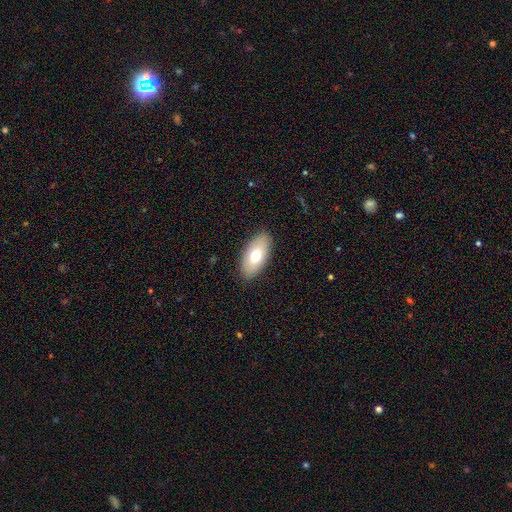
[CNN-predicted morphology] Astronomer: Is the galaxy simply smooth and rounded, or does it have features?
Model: smooth — 70%.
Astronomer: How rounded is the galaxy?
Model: in between — 93%.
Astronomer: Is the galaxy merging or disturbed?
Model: none — 87%.